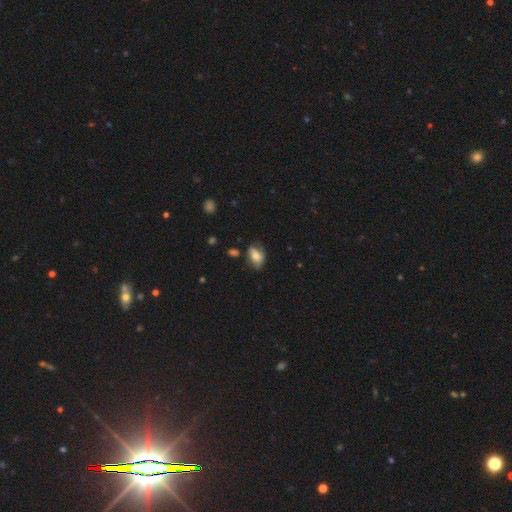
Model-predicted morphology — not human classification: Q: Smooth or featured?
A: smooth (69%); runner-up: featured or disk (22%)
Q: How rounded?
A: in between (85%); runner-up: round (13%)
Q: Merging?
A: none (60%); runner-up: minor disturbance (29%)